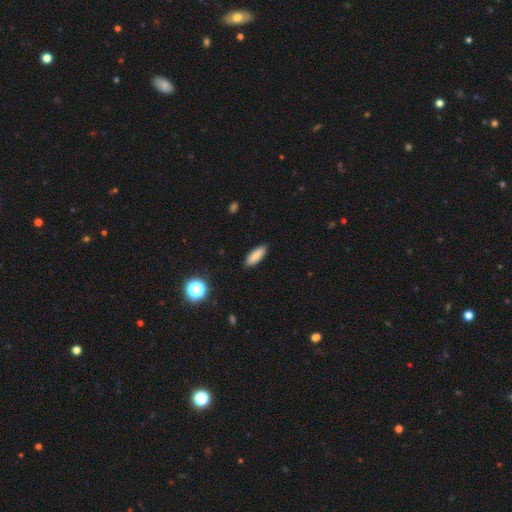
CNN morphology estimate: Smooth or featured? Predicted: smooth (p=0.86). How rounded? Predicted: in between (p=0.67). Merging? Predicted: none (p=0.89).